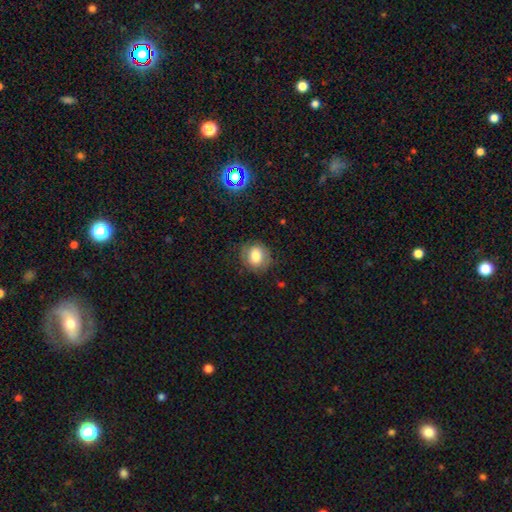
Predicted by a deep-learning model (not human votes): smooth_or_featured: smooth (p=0.67) [alt: featured or disk p=0.23]
how_rounded: round (p=0.71) [alt: in between p=0.28]
merging: none (p=0.78) [alt: minor disturbance p=0.15]